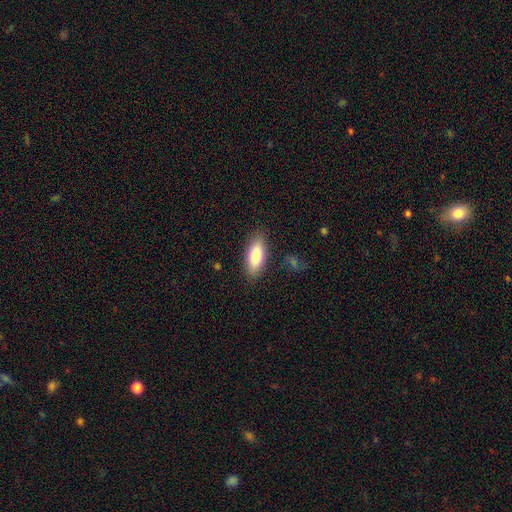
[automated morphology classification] This appears to be a smooth galaxy with no disk features (81%) that is in between round and cigar-shaped (79%). Merging: none (86%).